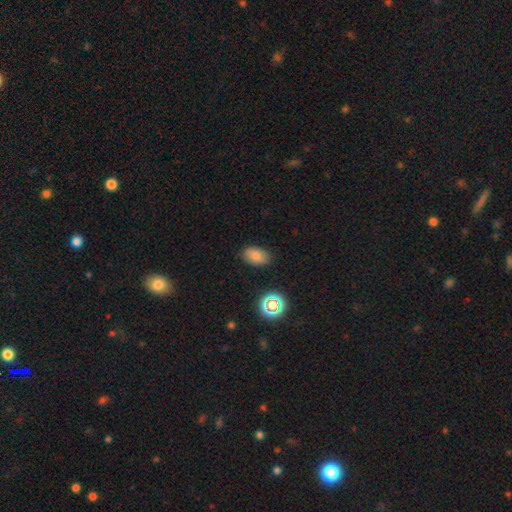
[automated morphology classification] This appears to be a smooth galaxy with no disk features (75%) that is in between round and cigar-shaped (87%). Merging: none (85%).